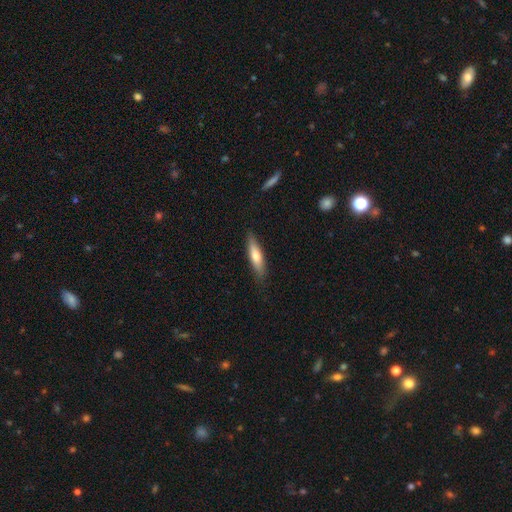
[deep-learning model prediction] Smooth or featured? Predicted: smooth (p=0.63). How rounded? Predicted: cigar-shaped (p=0.75). Merging? Predicted: none (p=0.85).